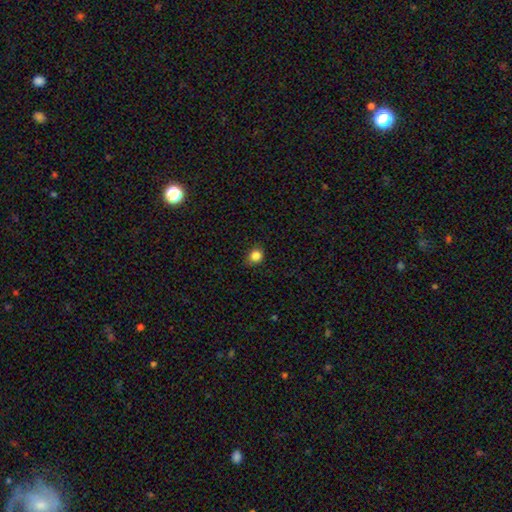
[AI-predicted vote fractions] This appears to be a smooth galaxy with no disk features (85%) that is round (79%). Merging: none (81%).